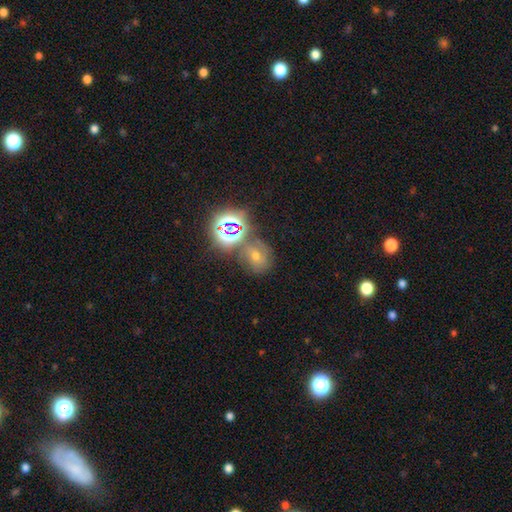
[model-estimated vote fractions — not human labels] Smooth or featured? star or artifact (50%)